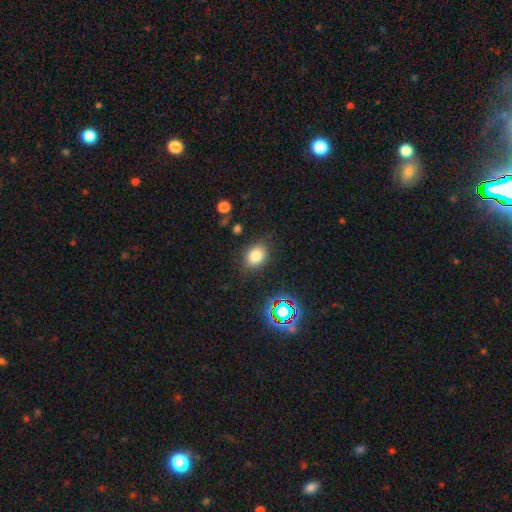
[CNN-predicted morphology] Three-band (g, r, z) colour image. It shows a smooth galaxy with no disk features (77%) that is in between round and cigar-shaped (61%). Merging: none (82%).